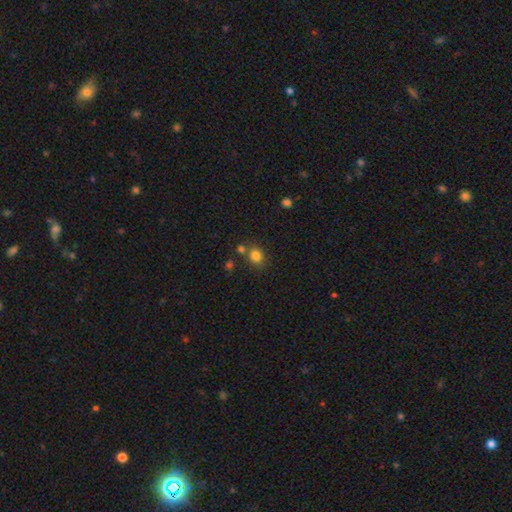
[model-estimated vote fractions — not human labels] This is clearly a smooth galaxy (81%). How rounded: likely round (72%). Merging: likely none (69%).